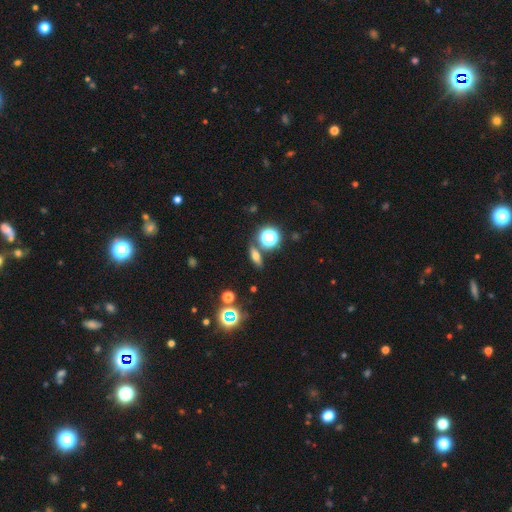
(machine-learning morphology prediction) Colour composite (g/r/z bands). It shows a smooth galaxy with no disk features (53%) that is in between round and cigar-shaped (49%). Merging: none (79%).